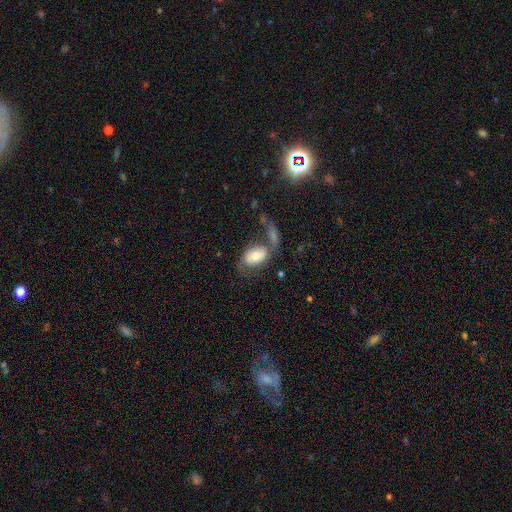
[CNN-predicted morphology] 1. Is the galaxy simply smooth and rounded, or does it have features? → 61% smooth, 31% featured or disk, 7% star or artifact.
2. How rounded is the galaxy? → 87% in between, 11% round, 2% cigar-shaped.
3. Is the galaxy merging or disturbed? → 34% none, 29% merger, 19% major disturbance, 18% minor disturbance.